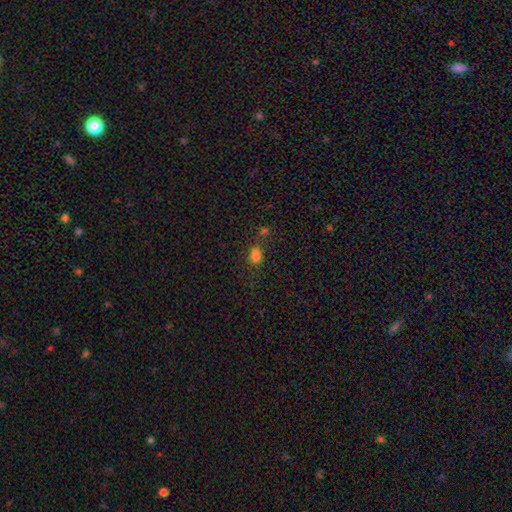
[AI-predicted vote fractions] smooth_or_featured: smooth (p=0.73) [alt: star or artifact p=0.21]
how_rounded: in between (p=0.58) [alt: round p=0.40]
merging: none (p=0.56) [alt: merger p=0.22]